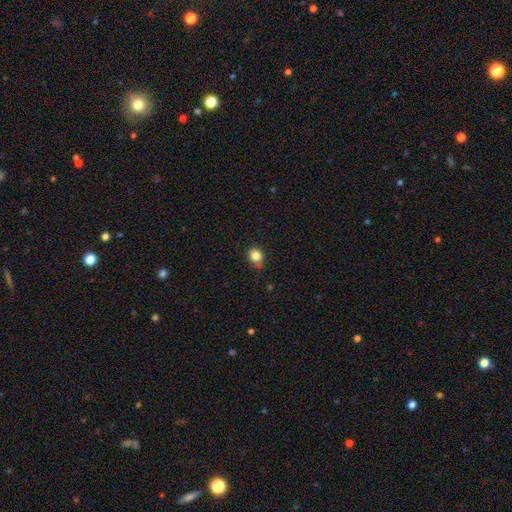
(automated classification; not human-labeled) smooth-or-featured: smooth: 83% | star or artifact: 11% | featured or disk: 6%
  how-rounded: round: 66% | in between: 33% | cigar-shaped: 1%
  merging: none: 76% | minor disturbance: 19% | major disturbance: 3% | merger: 2%